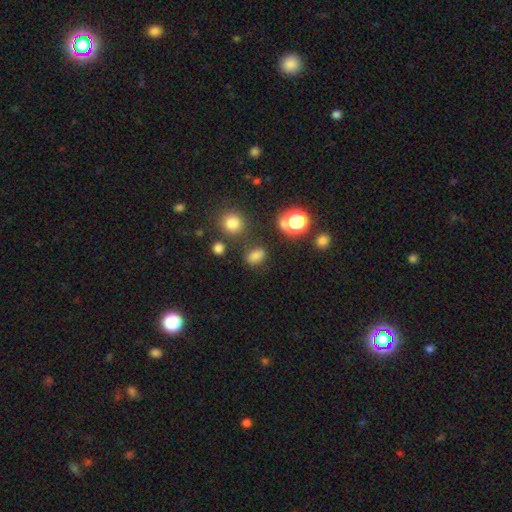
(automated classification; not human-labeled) This is likely a smooth galaxy (73%). How rounded: likely in between (71%). Merging: likely none (76%).